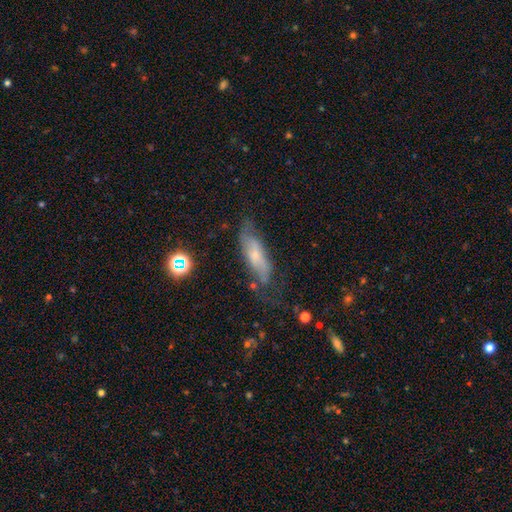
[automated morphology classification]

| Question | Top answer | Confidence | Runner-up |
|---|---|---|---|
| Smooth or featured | smooth | 48% | featured or disk (42%) |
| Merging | none | 52% | minor disturbance (28%) |